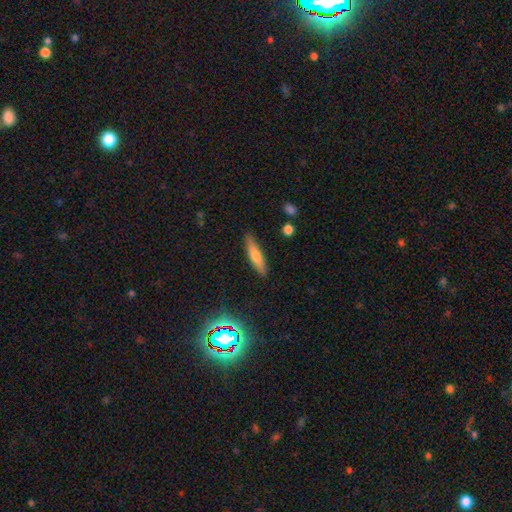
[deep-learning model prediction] A smooth galaxy with no disk features (64%) that is cigar-shaped (80%). Merging: none (87%).